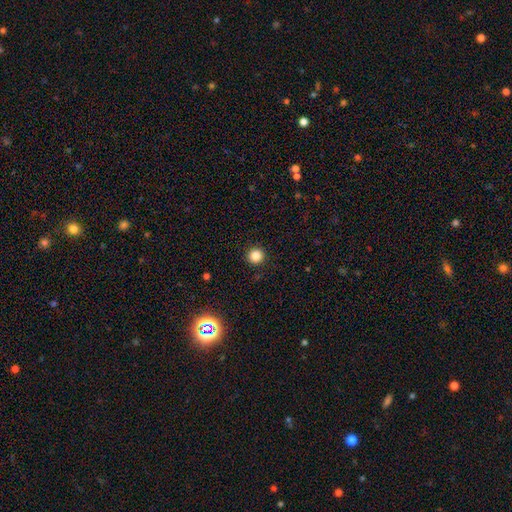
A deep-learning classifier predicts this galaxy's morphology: smooth_or_featured: smooth (p=0.84) [alt: star or artifact p=0.12]
how_rounded: round (p=0.95) [alt: in between p=0.04]
merging: none (p=0.93) [alt: minor disturbance p=0.05]